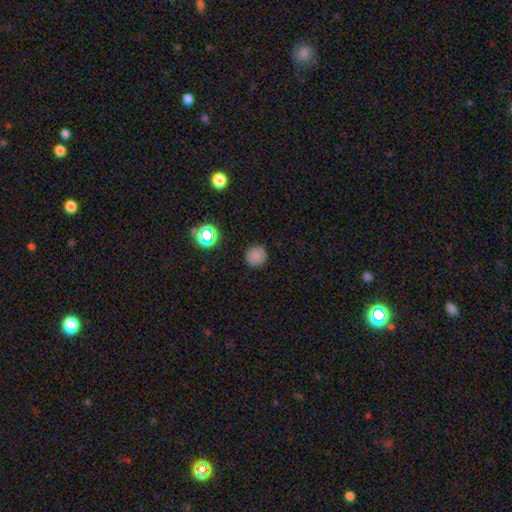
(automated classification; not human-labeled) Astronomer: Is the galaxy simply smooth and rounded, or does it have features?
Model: smooth — 79%.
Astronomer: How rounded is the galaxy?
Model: round — 94%.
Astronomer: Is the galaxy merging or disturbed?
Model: none — 88%.